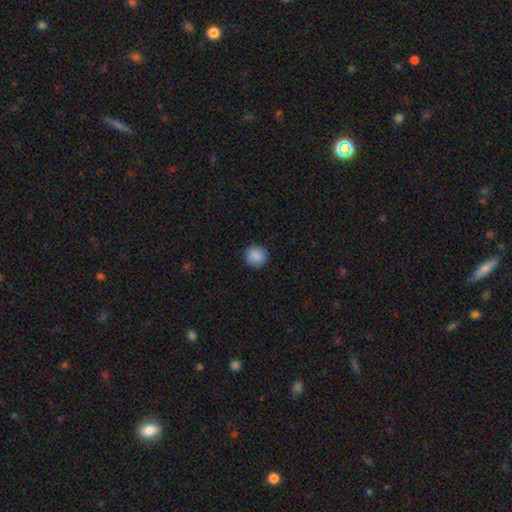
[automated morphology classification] Overall: smooth (89%). How rounded: round (93%). Merging: none (90%).